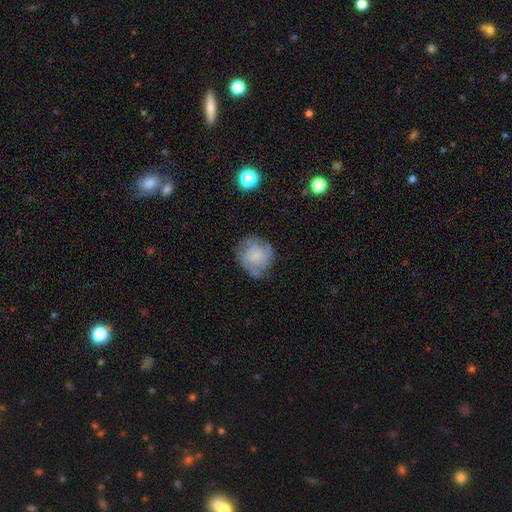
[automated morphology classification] featured or disk 55%, smooth 36%, star or artifact 8%. Down the decision tree: edge-on disk — no (98%); bar — no (73%); spiral arms — yes (79%); bulge size — none (43%); merging — none (63%).